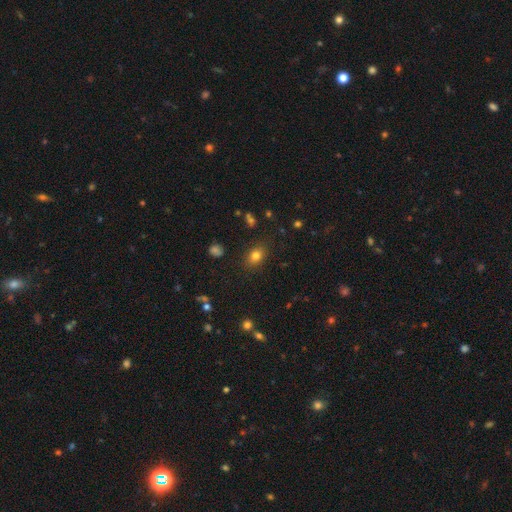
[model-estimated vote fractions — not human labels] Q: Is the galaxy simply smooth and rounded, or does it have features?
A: smooth — 78%.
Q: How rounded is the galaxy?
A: in between — 68%.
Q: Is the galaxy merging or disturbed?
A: none — 84%.